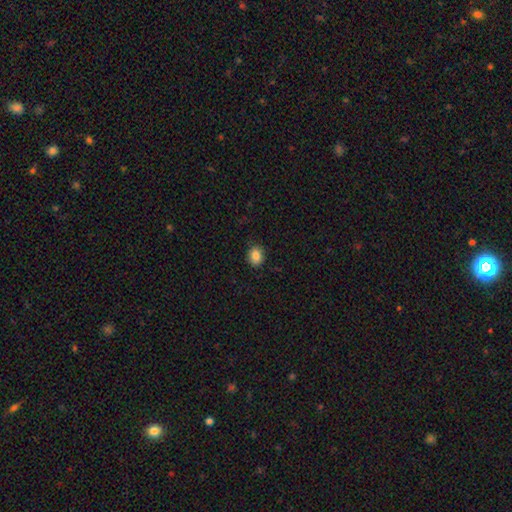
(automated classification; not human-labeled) Smooth or featured? smooth (86%)
How rounded? in between (57%)
Merging? none (86%)